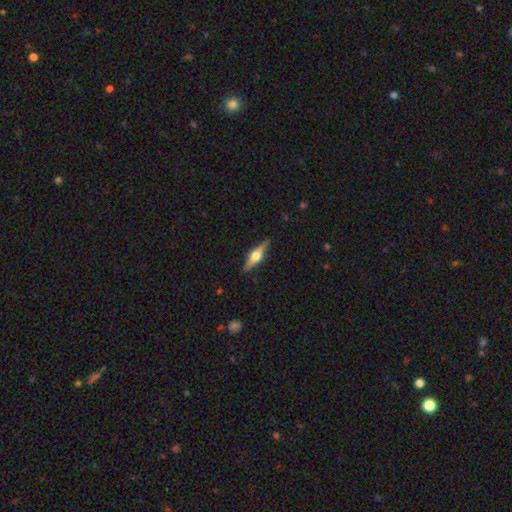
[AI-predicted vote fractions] The model was most divided on "smooth or featured": featured or disk: 70%, smooth: 24%, star or artifact: 6%. More confident: edge-on disk — yes (97%); edge-on bulge — rounded (94%); merging — none (89%).